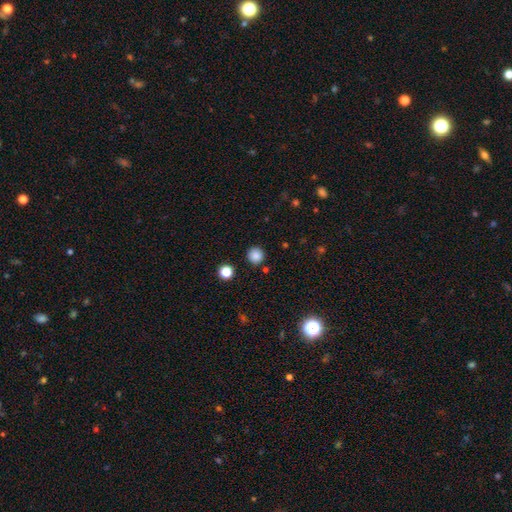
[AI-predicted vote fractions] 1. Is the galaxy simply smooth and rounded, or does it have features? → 85% smooth, 12% star or artifact, 4% featured or disk.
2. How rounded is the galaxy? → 94% round, 5% in between, 1% cigar-shaped.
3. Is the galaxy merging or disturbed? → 89% none, 7% minor disturbance, 3% merger, 2% major disturbance.